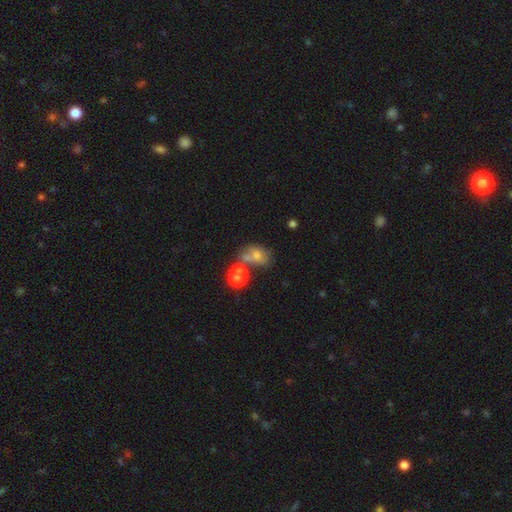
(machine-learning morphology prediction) Overall: smooth (55%; featured or disk 27%). How rounded: in between (63%; round 35%). Merging: merger (39%; none 28%).